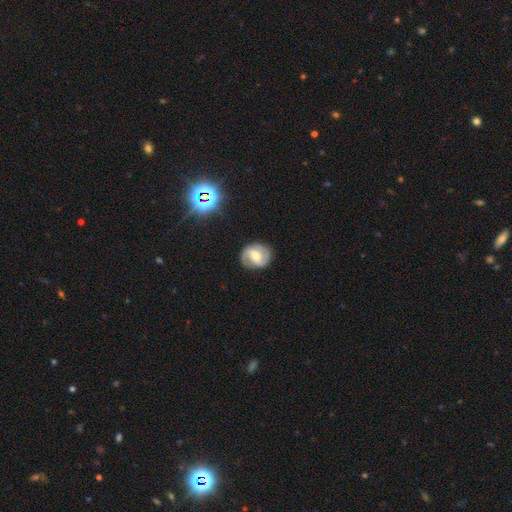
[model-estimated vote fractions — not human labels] Morphology: type=featured or disk (67%); edge-on=no (97%); bar=weak (48%); spiral arms=yes (86%); winding=medium (44%); arm count=2 (85%); bulge=moderate (63%); merging=none (82%).